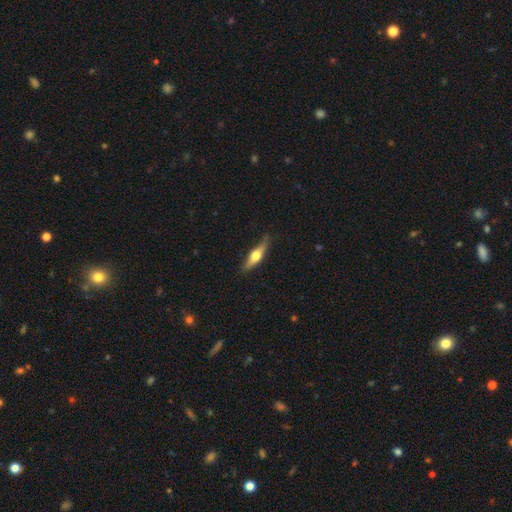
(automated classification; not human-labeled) Smooth or featured?
  - featured or disk: 57% *
  - smooth: 37%
  - star or artifact: 5%
Edge-on disk?
  - yes: 95% *
  - no: 5%
Edge-on bulge?
  - rounded: 94% *
  - boxy: 3%
  - none: 2%
Merging?
  - none: 81% *
  - minor disturbance: 15%
  - major disturbance: 3%
  - merger: 1%